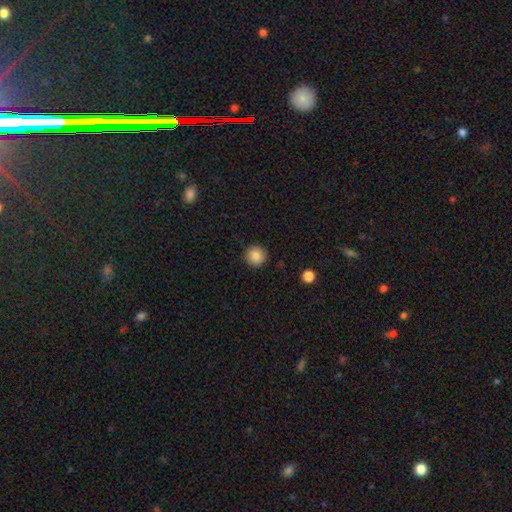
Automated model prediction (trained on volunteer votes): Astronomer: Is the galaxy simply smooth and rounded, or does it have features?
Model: smooth — 86%.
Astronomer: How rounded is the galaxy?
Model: round — 95%.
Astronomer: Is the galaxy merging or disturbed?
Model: none — 91%.